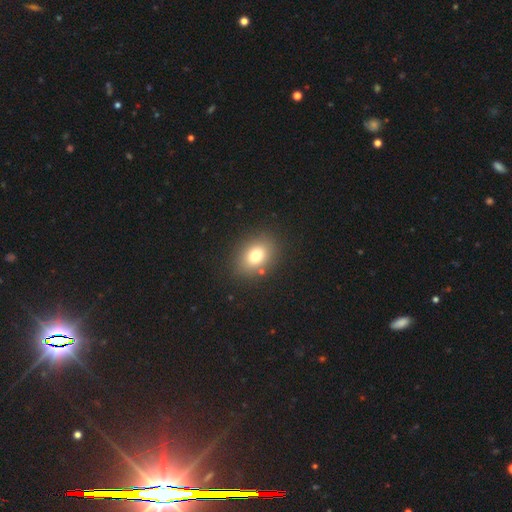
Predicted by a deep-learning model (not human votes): Smooth or featured? Predicted: smooth (p=0.77). How rounded? Predicted: in between (p=0.66). Merging? Predicted: none (p=0.85).